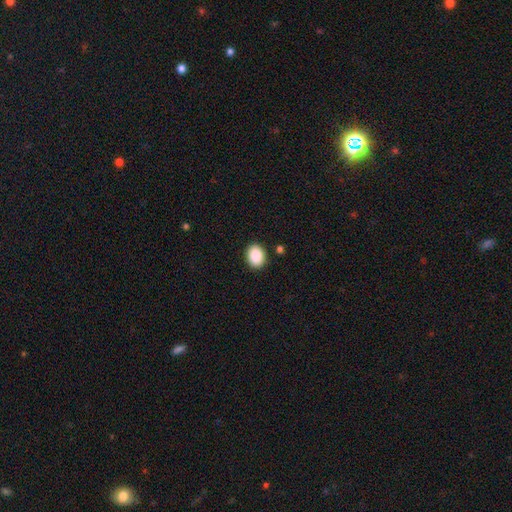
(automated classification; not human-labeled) A smooth galaxy with no disk features (90%) that is in between round and cigar-shaped (64%).

Vote fractions:
- Smooth or featured? smooth: 90% / star or artifact: 8% / featured or disk: 3%
- How rounded? in between: 64% / round: 35% / cigar-shaped: 1%
- Merging? none: 89% / minor disturbance: 7% / major disturbance: 2% / merger: 2%